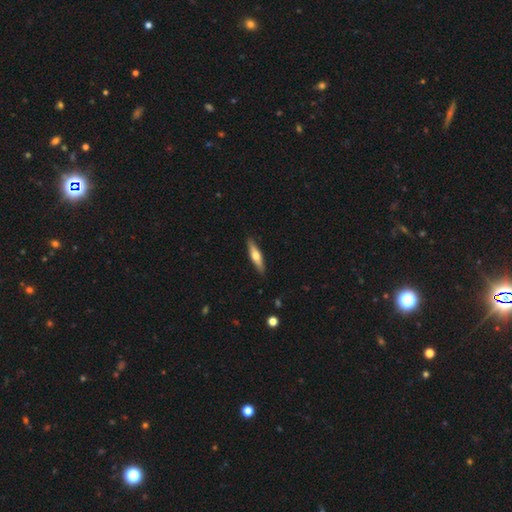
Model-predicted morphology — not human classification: Smooth or featured? Predicted: smooth (p=0.48). Merging? Predicted: none (p=0.90).